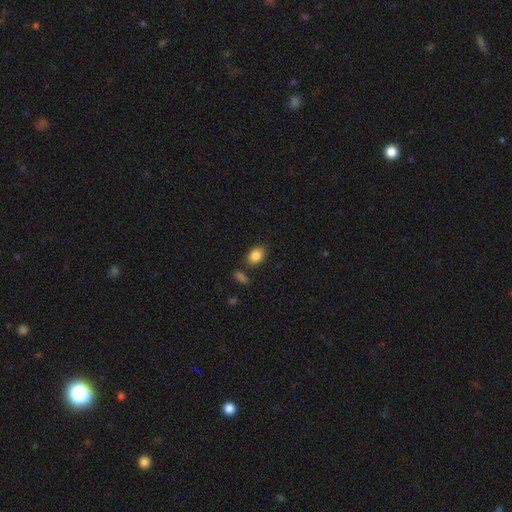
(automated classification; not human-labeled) This appears to be a smooth galaxy with no disk features (85%) that is in between round and cigar-shaped (79%). Merging: none (78%).